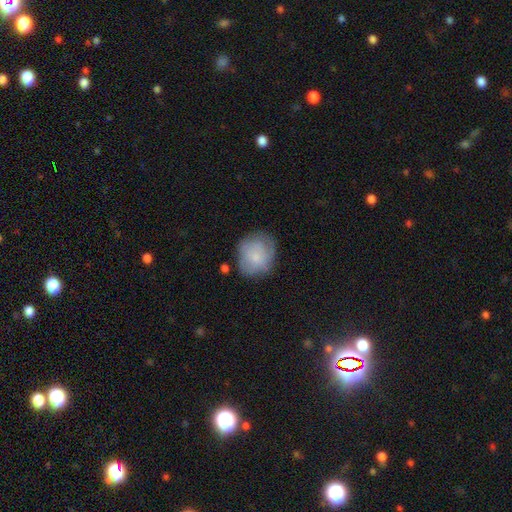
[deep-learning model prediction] The model was most divided on "merging": none: 63%, minor disturbance: 25%, major disturbance: 9%, merger: 3%. More confident: how rounded — round (72%); smooth or featured — smooth (67%).